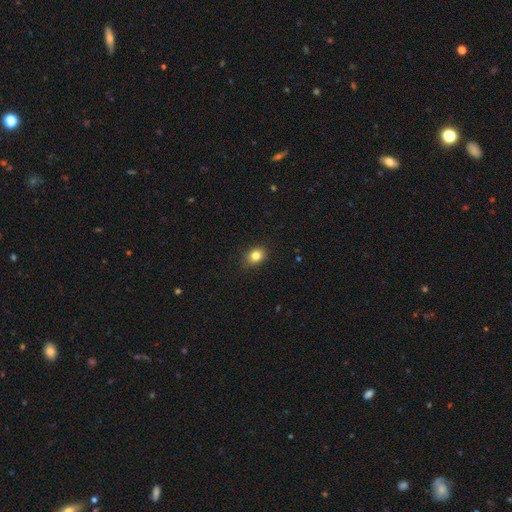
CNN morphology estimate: smooth-or-featured: smooth: 82% | star or artifact: 11% | featured or disk: 7%
  how-rounded: in between: 51% | round: 48% | cigar-shaped: 1%
  merging: none: 83% | minor disturbance: 14% | major disturbance: 2% | merger: 1%